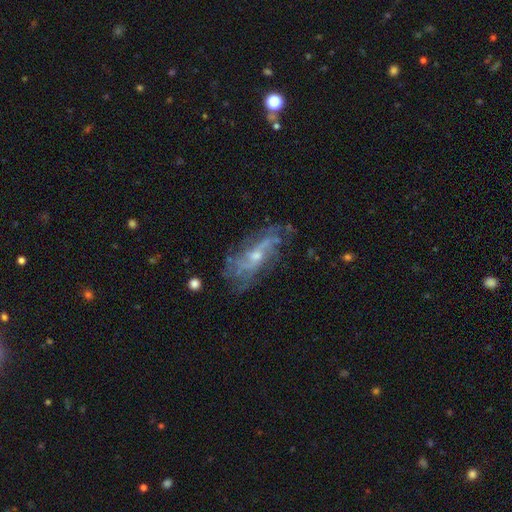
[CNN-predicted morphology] Smooth or featured? Predicted: featured or disk (p=0.79). Edge-on disk? Predicted: no (p=0.87). Bar? Predicted: no (p=0.60). Spiral arms? Predicted: yes (p=0.84). Spiral winding? Predicted: medium (p=0.37). Spiral arm count? Predicted: can't tell (p=0.42). Bulge size? Predicted: small (p=0.55). Merging? Predicted: none (p=0.65).